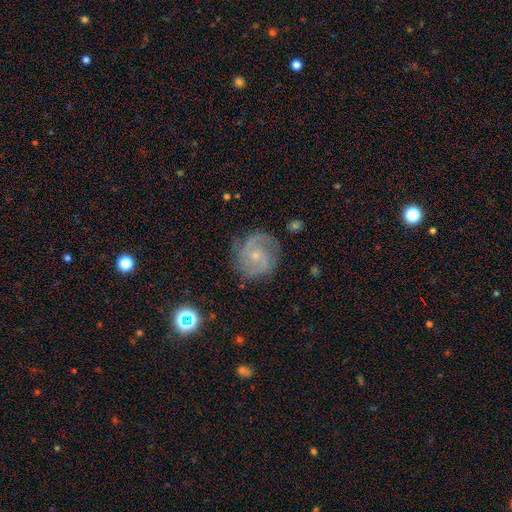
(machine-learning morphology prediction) A featured or disk galaxy (81%) with no bar (64%), 2 (65%) medium (47%) spiral arms (95%) and a small central bulge (65%). Merging: none (75%).